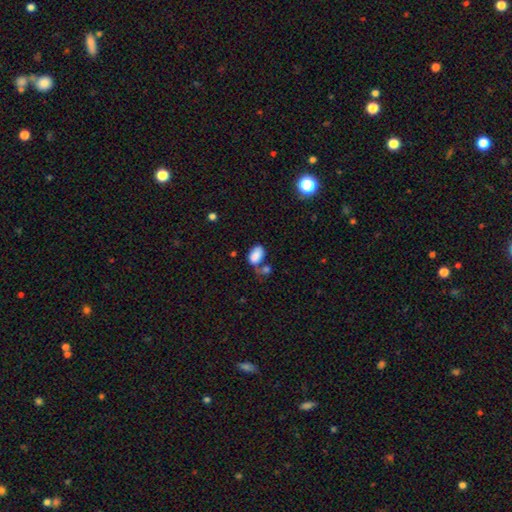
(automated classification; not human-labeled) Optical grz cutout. It shows a smooth galaxy with no disk features (86%) that is in between round and cigar-shaped (91%). Merging: none (44%).